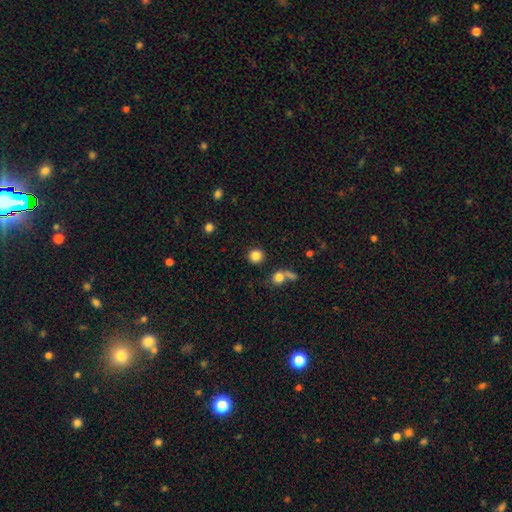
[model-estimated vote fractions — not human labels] Overall: smooth (84%). How rounded: round (92%). Merging: none (85%).